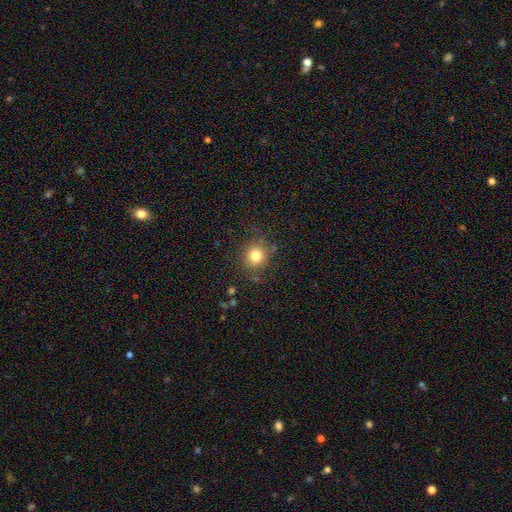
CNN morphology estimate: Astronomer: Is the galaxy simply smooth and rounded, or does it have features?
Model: smooth — 79%.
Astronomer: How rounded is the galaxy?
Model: round — 85%.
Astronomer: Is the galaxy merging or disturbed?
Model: none — 82%.